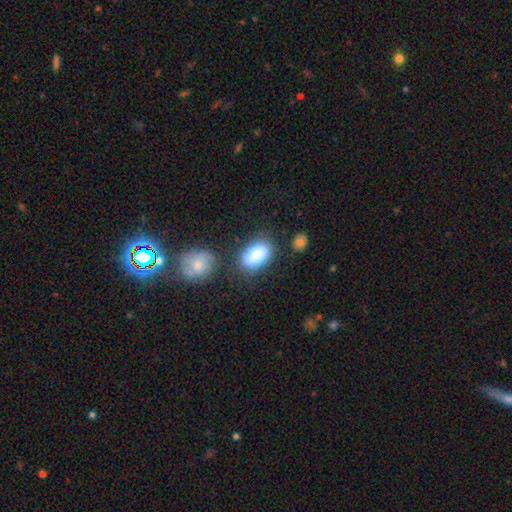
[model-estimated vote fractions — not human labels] Smooth or featured? Predicted: smooth (p=0.86). How rounded? Predicted: in between (p=0.91). Merging? Predicted: none (p=0.69).